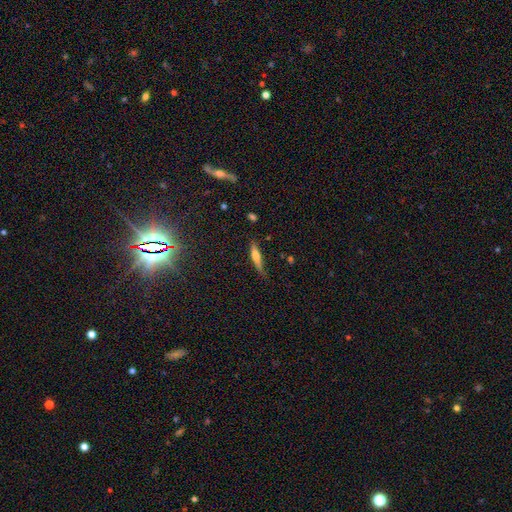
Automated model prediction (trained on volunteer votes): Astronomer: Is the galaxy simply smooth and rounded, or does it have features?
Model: smooth — 57% (runner-up: featured or disk, 34%).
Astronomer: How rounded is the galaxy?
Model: cigar-shaped — 82%.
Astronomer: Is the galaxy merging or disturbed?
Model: none — 65%.